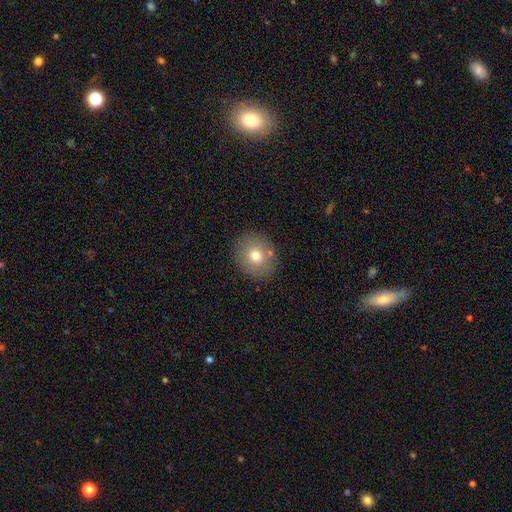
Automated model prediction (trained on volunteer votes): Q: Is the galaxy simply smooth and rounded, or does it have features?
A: smooth — 72%.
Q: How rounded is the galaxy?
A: round — 71%.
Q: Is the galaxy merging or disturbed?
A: none — 84%.